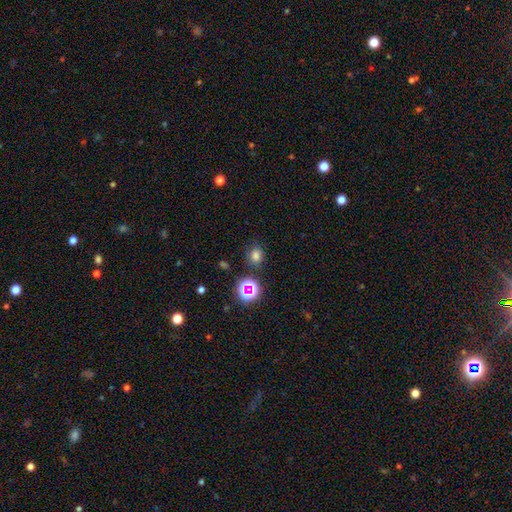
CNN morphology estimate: Smooth or featured? smooth (72%)
How rounded? round (77%)
Merging? none (81%)